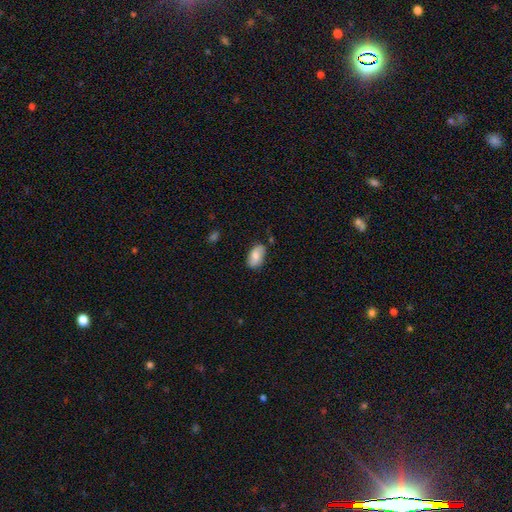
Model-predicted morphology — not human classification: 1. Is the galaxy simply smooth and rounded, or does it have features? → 77% smooth, 16% featured or disk, 7% star or artifact.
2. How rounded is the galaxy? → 93% in between, 4% round, 3% cigar-shaped.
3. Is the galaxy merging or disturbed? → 73% none, 20% minor disturbance, 4% major disturbance, 3% merger.